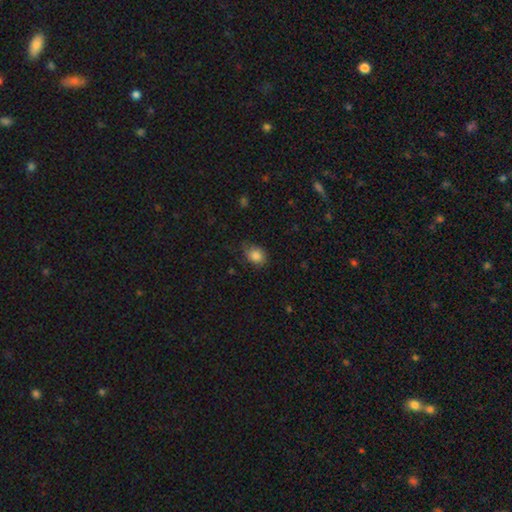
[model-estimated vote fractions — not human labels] A smooth galaxy with no disk features (84%) that is in between round and cigar-shaped (52%).

Vote fractions:
- Smooth or featured? smooth: 84% / star or artifact: 9% / featured or disk: 7%
- How rounded? in between: 52% / round: 47% / cigar-shaped: 1%
- Merging? none: 62% / minor disturbance: 29% / major disturbance: 7% / merger: 1%